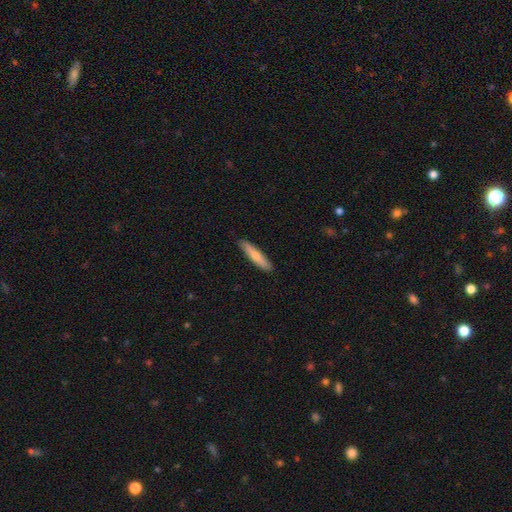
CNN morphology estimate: smooth-or-featured: smooth: 74% | featured or disk: 21% | star or artifact: 5%
  how-rounded: cigar-shaped: 87% | in between: 12% | round: 1%
  merging: none: 90% | minor disturbance: 8% | major disturbance: 2% | merger: 1%